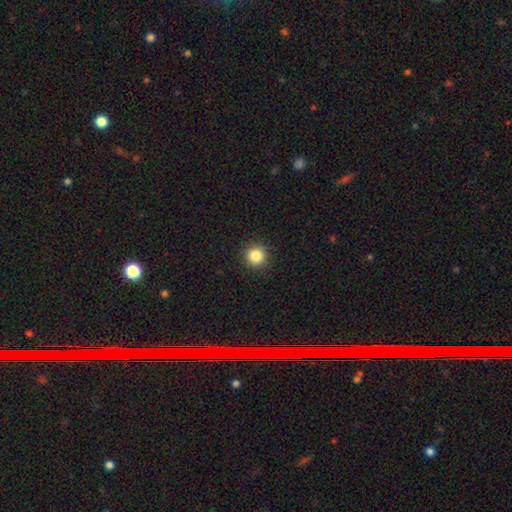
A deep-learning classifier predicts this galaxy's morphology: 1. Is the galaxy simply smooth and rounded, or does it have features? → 85% smooth, 11% star or artifact, 4% featured or disk.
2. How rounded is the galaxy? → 95% round, 4% in between, 1% cigar-shaped.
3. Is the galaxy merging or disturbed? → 92% none, 5% minor disturbance, 2% major disturbance, 1% merger.